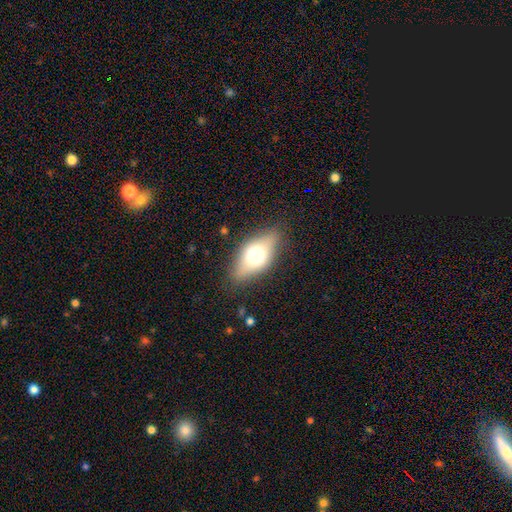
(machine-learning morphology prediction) This is likely a smooth galaxy (61%). How rounded: clearly in between (82%). Merging: likely none (79%).